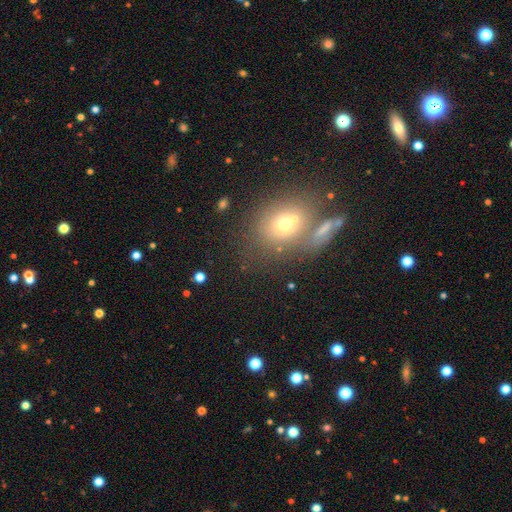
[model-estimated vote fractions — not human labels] The model was most divided on "how rounded" (2-way tie): round: 49%, in between: 49%, cigar-shaped: 3%. More confident: merging — none (66%); smooth or featured — smooth (54%).